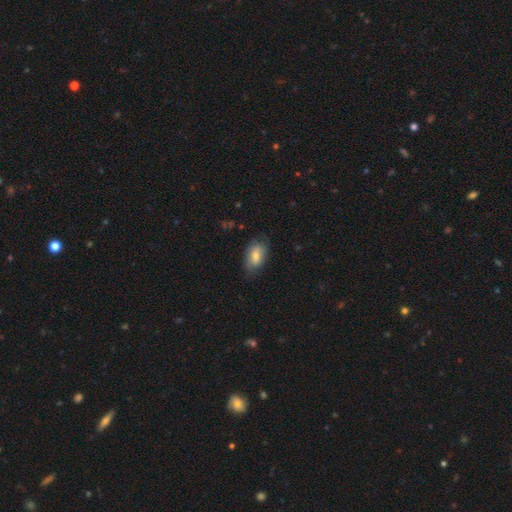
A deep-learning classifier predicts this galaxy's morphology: Smooth or featured?
  - smooth: 71% *
  - featured or disk: 22%
  - star or artifact: 7%
How rounded?
  - in between: 90% *
  - round: 8%
  - cigar-shaped: 3%
Merging?
  - none: 70% *
  - minor disturbance: 23%
  - major disturbance: 6%
  - merger: 1%